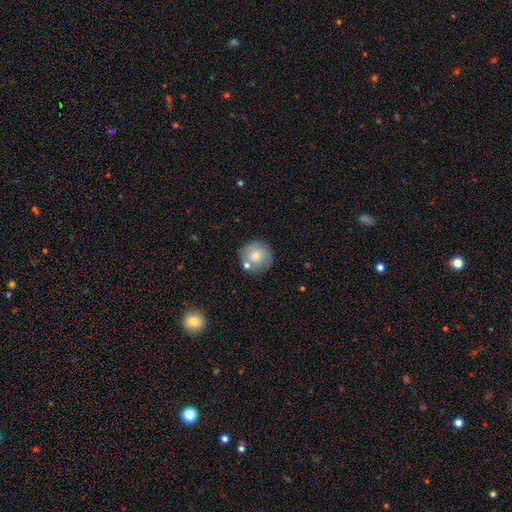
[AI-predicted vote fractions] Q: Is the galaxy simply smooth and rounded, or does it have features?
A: smooth — 76%.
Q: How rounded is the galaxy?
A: round — 94%.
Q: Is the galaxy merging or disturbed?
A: none — 73%.